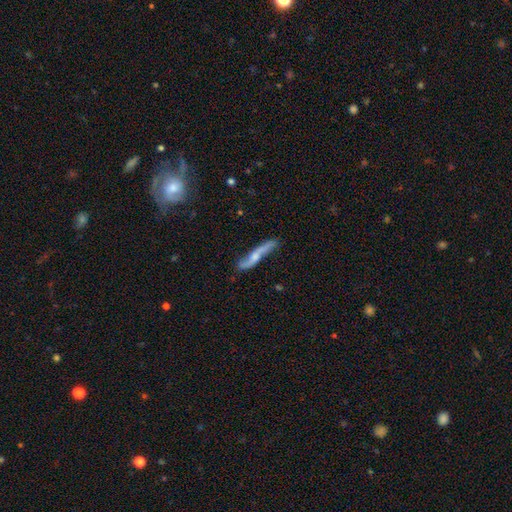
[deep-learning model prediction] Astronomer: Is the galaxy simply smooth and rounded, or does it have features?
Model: featured or disk — 63%.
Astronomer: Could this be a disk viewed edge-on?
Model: yes — 56% (runner-up: no, 44%).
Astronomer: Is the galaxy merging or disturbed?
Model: none — 70%.